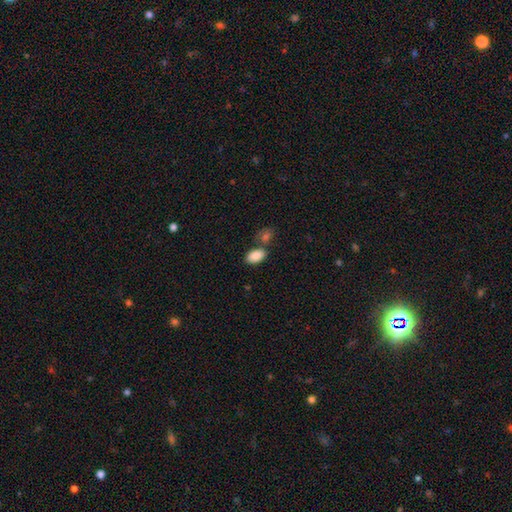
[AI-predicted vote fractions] Morphology: type=smooth (88%); roundness=in between (93%); merging=none (60%).